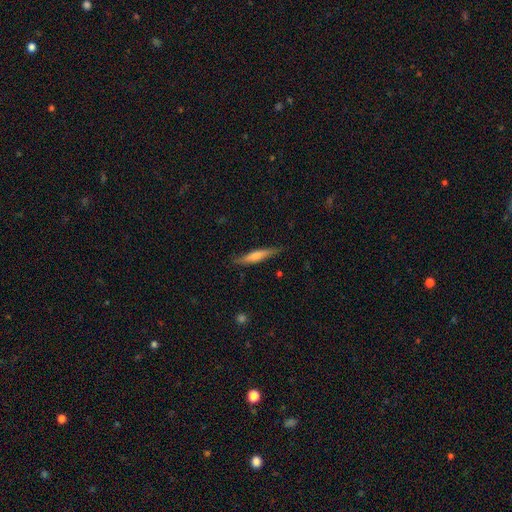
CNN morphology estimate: type=featured or disk (52%); edge-on=yes (93%); merging=none (84%).